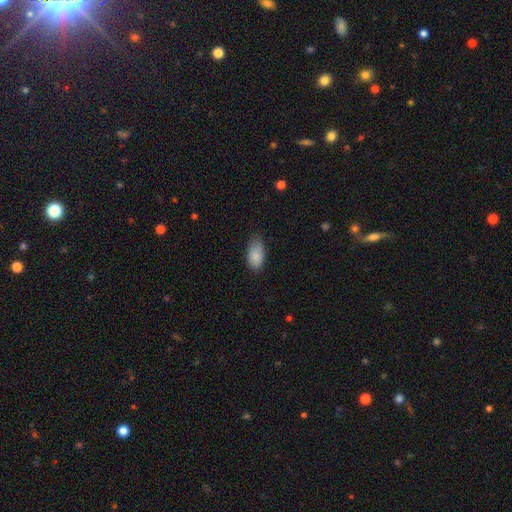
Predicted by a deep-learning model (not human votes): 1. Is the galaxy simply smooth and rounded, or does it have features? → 87% smooth, 7% star or artifact, 6% featured or disk.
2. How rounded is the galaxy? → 93% in between, 4% round, 3% cigar-shaped.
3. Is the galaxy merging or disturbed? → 66% none, 28% minor disturbance, 5% major disturbance, 1% merger.